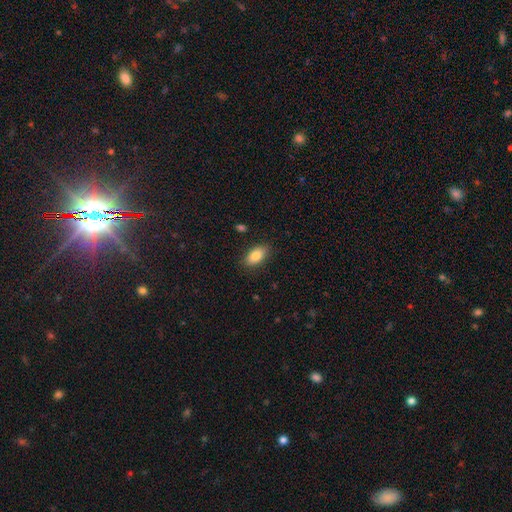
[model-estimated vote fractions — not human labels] This is clearly a smooth galaxy (84%). How rounded: clearly in between (91%). Merging: clearly none (86%).